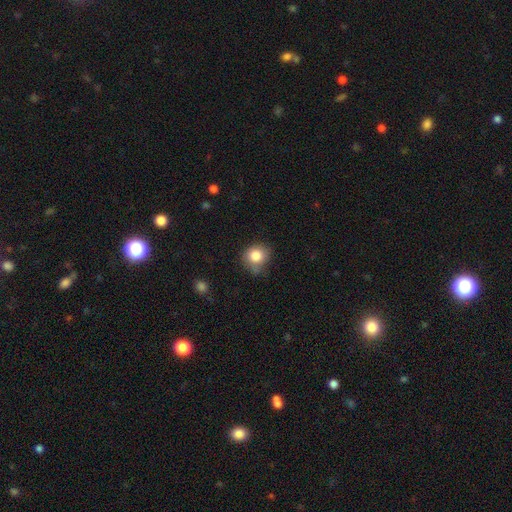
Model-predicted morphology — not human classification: Smooth or featured?
  - smooth: 82% *
  - star or artifact: 10%
  - featured or disk: 8%
How rounded?
  - round: 78% *
  - in between: 22%
  - cigar-shaped: 1%
Merging?
  - none: 61% *
  - minor disturbance: 28%
  - major disturbance: 7%
  - merger: 3%